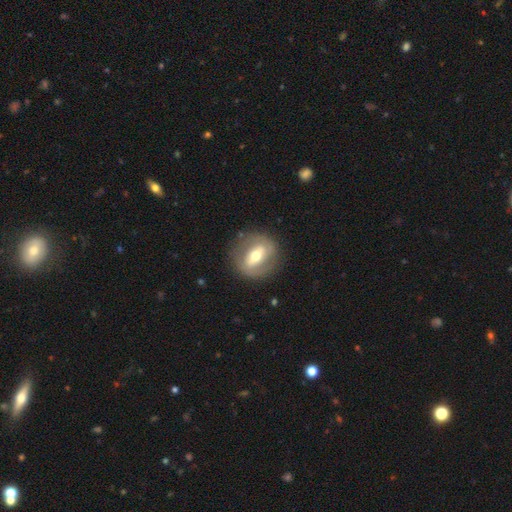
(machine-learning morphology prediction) The model was most divided on "bar": strong: 52%, weak: 31%, no: 17%. More confident: edge-on disk — no (88%); merging — none (80%); bulge size — moderate (69%); spiral arms — no (62%); smooth or featured — featured or disk (62%).